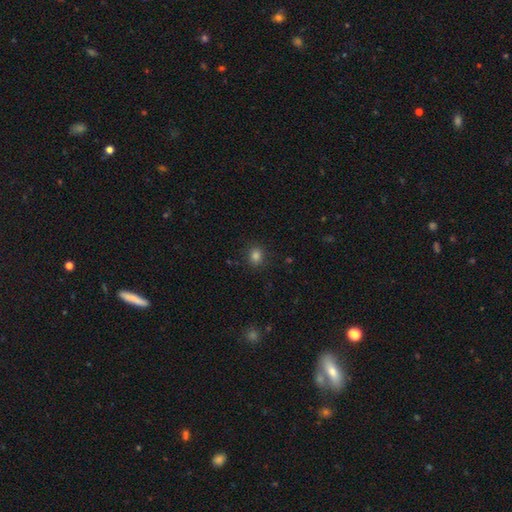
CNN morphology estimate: Smooth or featured? Predicted: smooth (p=0.82). How rounded? Predicted: round (p=0.69). Merging? Predicted: none (p=0.88).